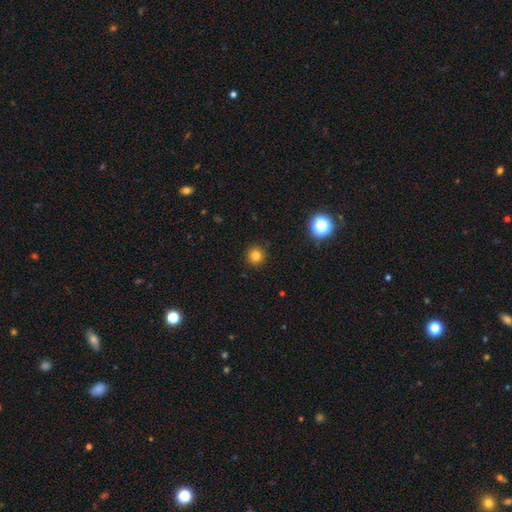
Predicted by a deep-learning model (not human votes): This appears to be a smooth galaxy with no disk features (80%) that is round (95%). Merging: none (92%).